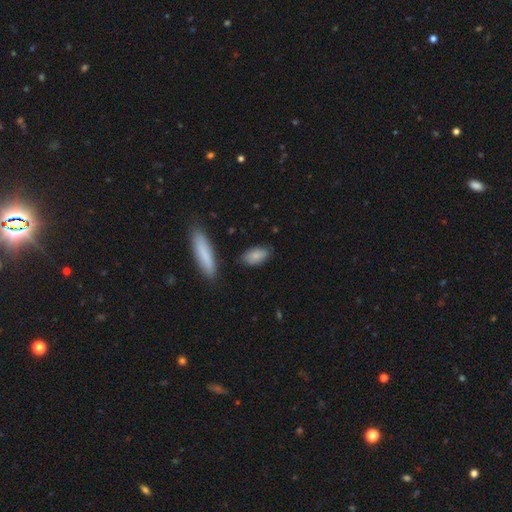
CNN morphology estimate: smooth 84%, featured or disk 9%, star or artifact 7%. Down the decision tree: how rounded — in between (88%); merging — none (77%).